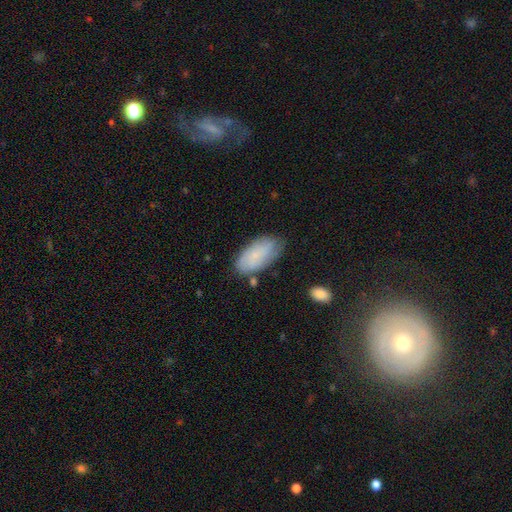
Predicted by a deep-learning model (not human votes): A smooth galaxy with no disk features (65%) that is in between round and cigar-shaped (92%). Merging: none (70%).